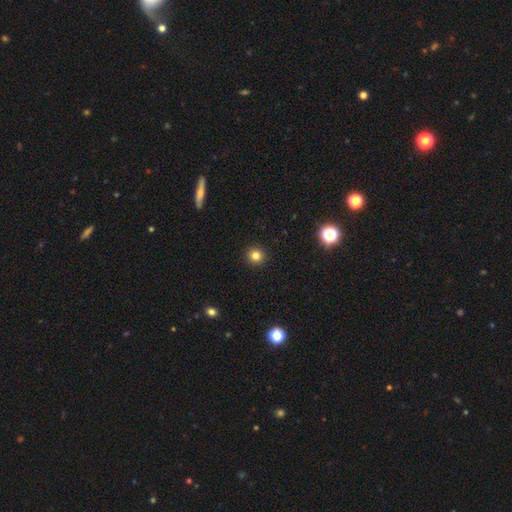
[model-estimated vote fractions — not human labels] A smooth galaxy with no disk features (81%) that is round (94%).

Vote fractions:
- Smooth or featured? smooth: 81% / star or artifact: 13% / featured or disk: 6%
- How rounded? round: 94% / in between: 5% / cigar-shaped: 1%
- Merging? none: 93% / minor disturbance: 4% / major disturbance: 2% / merger: 1%